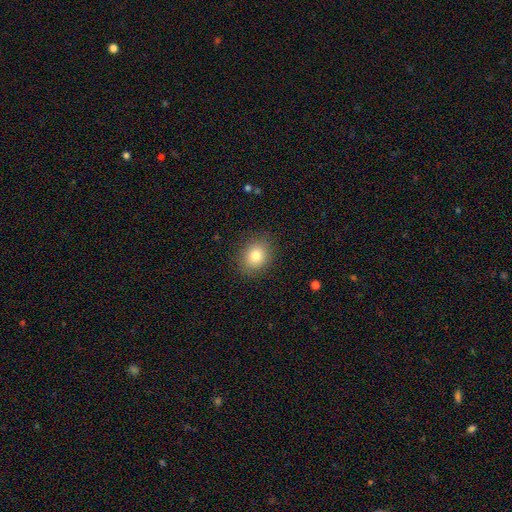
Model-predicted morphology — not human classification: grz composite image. It shows a smooth galaxy with no disk features (81%) that is round (62%). Merging: none (87%).